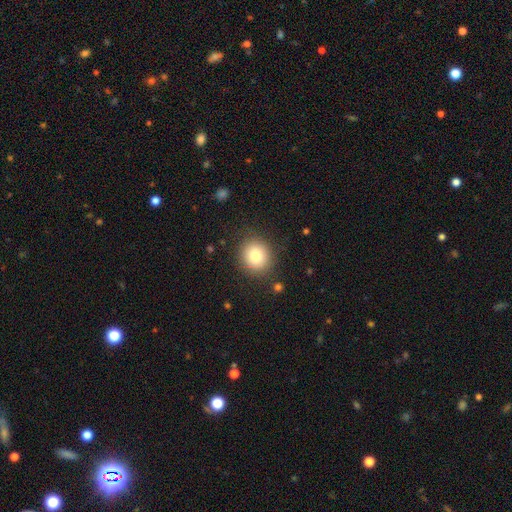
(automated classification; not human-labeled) Smooth or featured?
  - smooth: 82% *
  - star or artifact: 10%
  - featured or disk: 9%
How rounded?
  - round: 85% *
  - in between: 14%
  - cigar-shaped: 1%
Merging?
  - none: 86% *
  - minor disturbance: 9%
  - major disturbance: 3%
  - merger: 2%